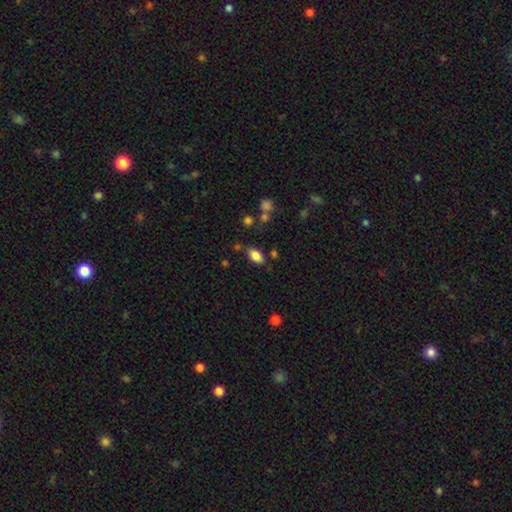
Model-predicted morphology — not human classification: This appears to be a smooth galaxy with no disk features (84%) that is in between round and cigar-shaped (91%). Merging: none (77%).